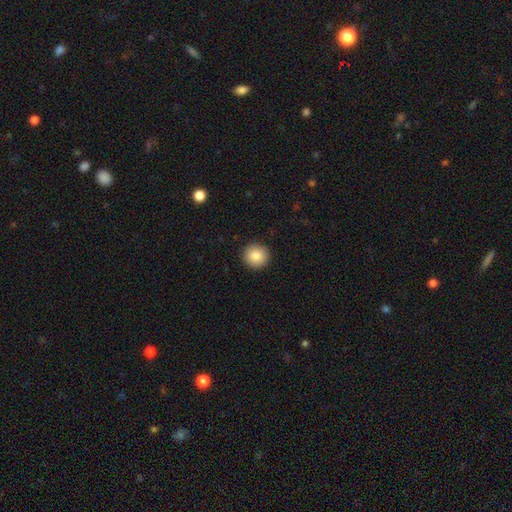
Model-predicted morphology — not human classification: Smooth or featured: smooth — 85% (star or artifact — 8%)
How rounded: round — 95% (in between — 4%)
Merging: none — 93% (minor disturbance — 5%)